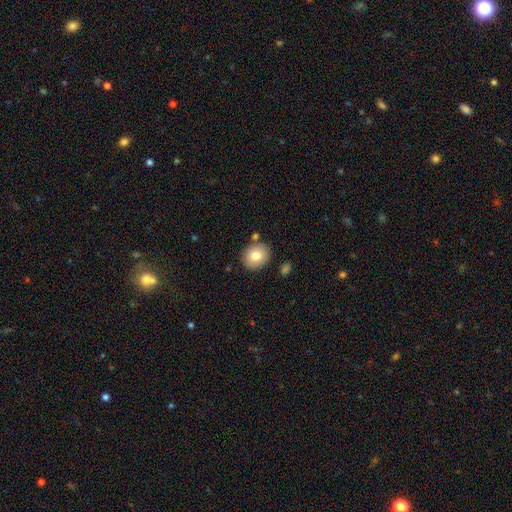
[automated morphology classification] Smooth or featured?
  - smooth: 79% *
  - featured or disk: 12%
  - star or artifact: 9%
How rounded?
  - round: 67% *
  - in between: 32%
  - cigar-shaped: 1%
Merging?
  - none: 83% *
  - minor disturbance: 10%
  - merger: 5%
  - major disturbance: 2%